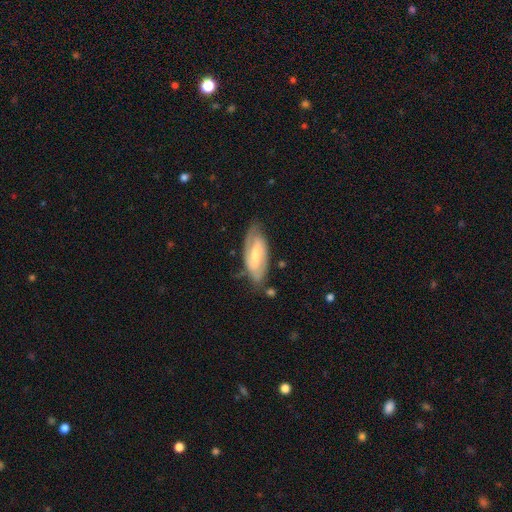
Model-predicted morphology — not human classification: A featured or disk galaxy (76%) with a weak bar (43%), 2 (83%) medium (45%) spiral arms (91%) and a small central bulge (48%). Merging: none (72%).